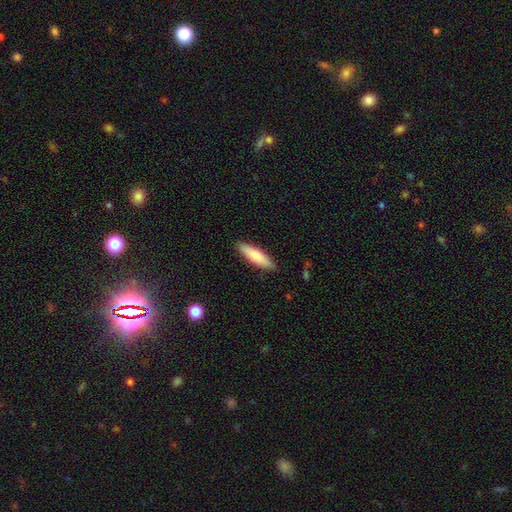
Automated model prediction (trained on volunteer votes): This appears to be a smooth galaxy with no disk features (79%) that is cigar-shaped (64%). Merging: none (89%).